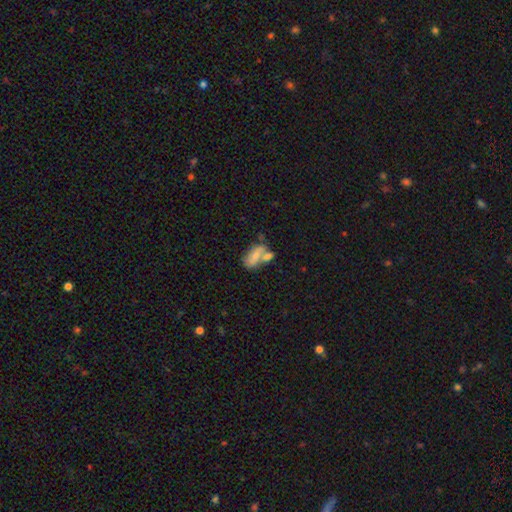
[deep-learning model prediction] Smooth or featured? Predicted: smooth (p=0.62). How rounded? Predicted: in between (p=0.86). Merging? Predicted: merger (p=0.46).